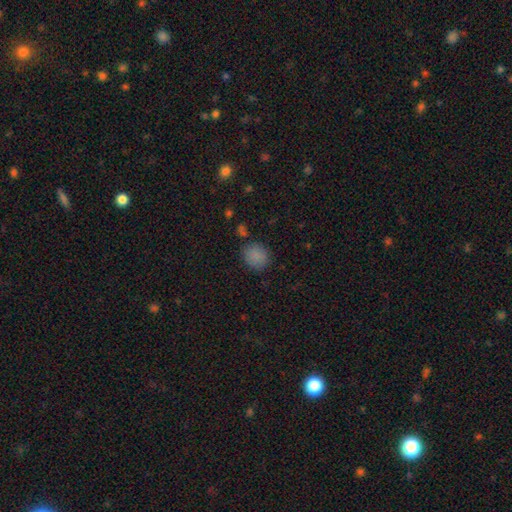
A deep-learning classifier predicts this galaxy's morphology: smooth 84%, star or artifact 12%, featured or disk 5%. Down the decision tree: how rounded — round (74%); merging — none (79%).